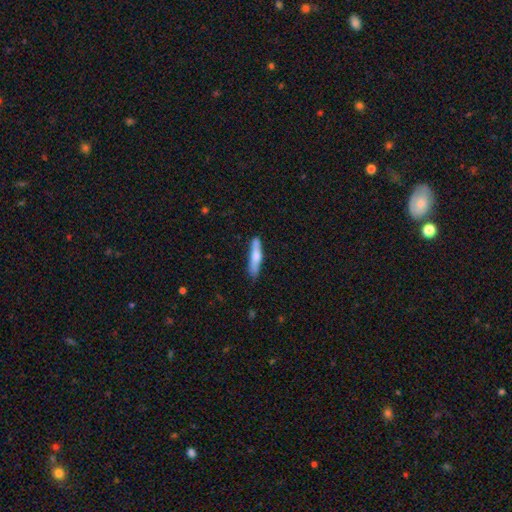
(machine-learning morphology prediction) A smooth galaxy with no disk features (65%) that is cigar-shaped (85%).

Vote fractions:
- Smooth or featured? smooth: 65% / featured or disk: 30% / star or artifact: 5%
- How rounded? cigar-shaped: 85% / in between: 13% / round: 2%
- Merging? none: 78% / minor disturbance: 16% / major disturbance: 3% / merger: 3%